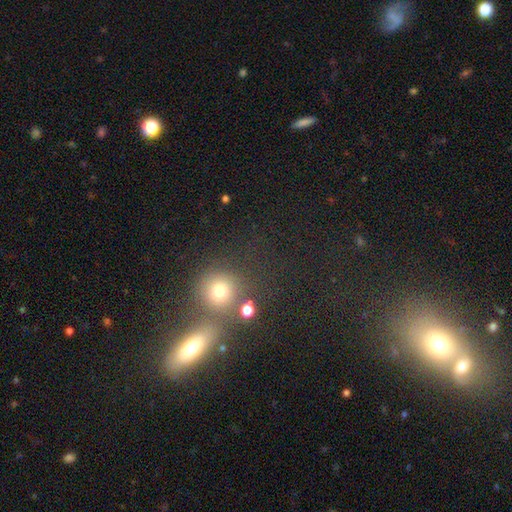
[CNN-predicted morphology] Smooth or featured? Predicted: smooth (p=0.50). How rounded? Predicted: round (p=0.71). Merging? Predicted: none (p=0.57).